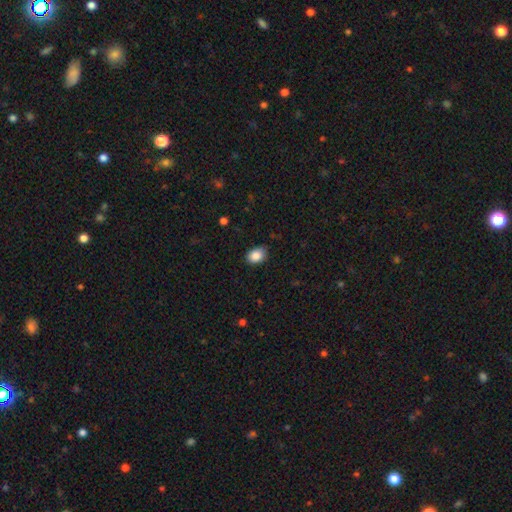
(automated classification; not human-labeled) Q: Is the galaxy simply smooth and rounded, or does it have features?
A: smooth — 87%.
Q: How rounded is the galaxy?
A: in between — 76%.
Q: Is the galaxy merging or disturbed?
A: none — 78%.